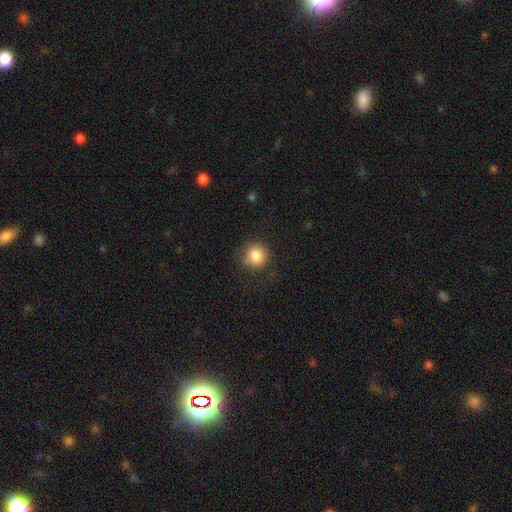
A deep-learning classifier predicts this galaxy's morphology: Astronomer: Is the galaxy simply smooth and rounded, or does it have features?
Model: smooth — 84%.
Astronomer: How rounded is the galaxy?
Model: round — 90%.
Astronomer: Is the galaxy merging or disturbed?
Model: none — 79%.